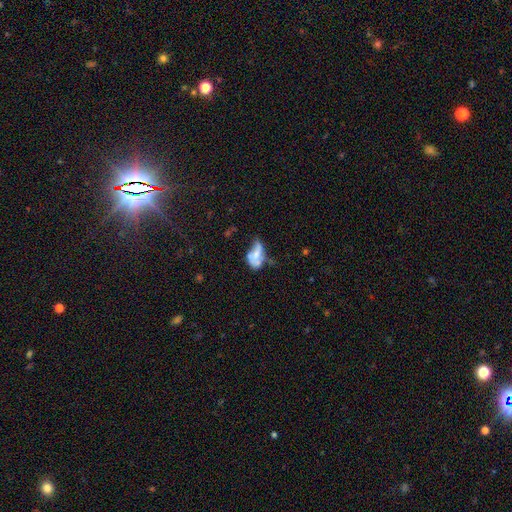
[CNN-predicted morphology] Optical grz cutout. It shows a smooth galaxy with no disk features (46%). Merging: major disturbance (31%).